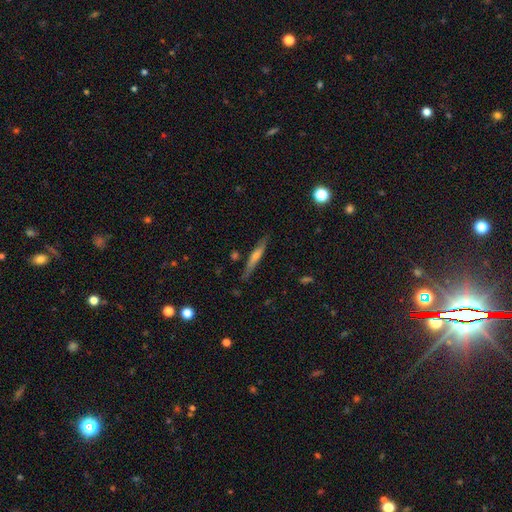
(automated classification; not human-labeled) This is likely a featured or disk galaxy (63%). It is clearly viewed edge-on (96%). Edge-on bulge: likely rounded (71%). Merging: clearly none (86%).